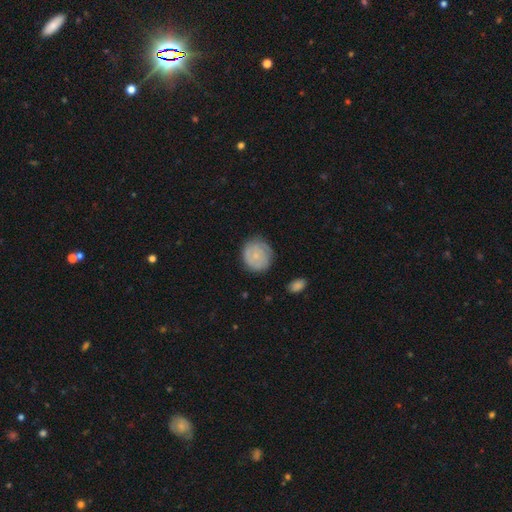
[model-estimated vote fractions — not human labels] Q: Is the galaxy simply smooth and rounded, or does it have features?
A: smooth — 50%.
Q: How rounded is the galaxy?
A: round — 83%.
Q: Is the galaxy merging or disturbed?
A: none — 76%.